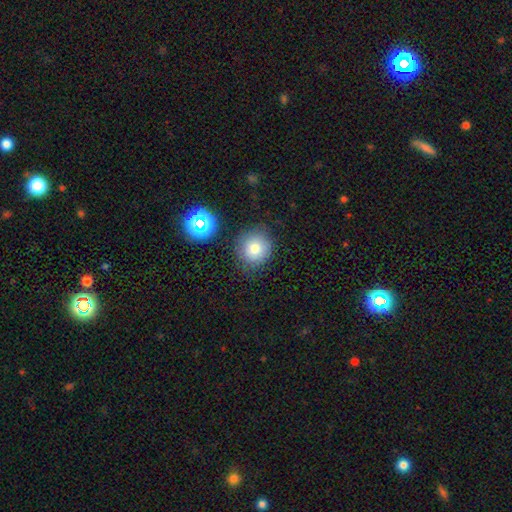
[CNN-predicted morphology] This appears to be a smooth galaxy with no disk features (73%) that is round (91%). Merging: none (86%).